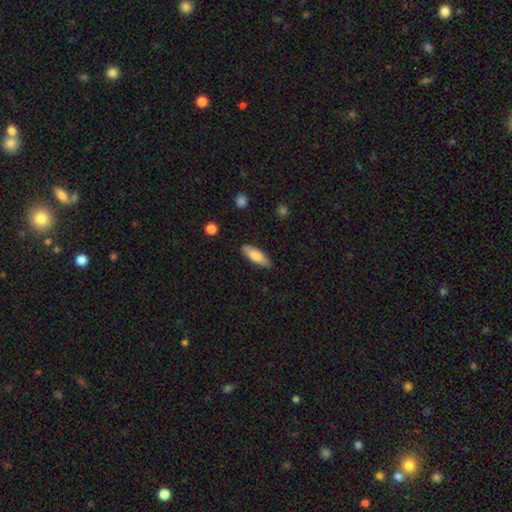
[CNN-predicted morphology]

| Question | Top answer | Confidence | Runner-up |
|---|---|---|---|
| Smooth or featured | smooth | 78% | featured or disk (16%) |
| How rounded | in between | 60% | cigar-shaped (39%) |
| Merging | none | 85% | minor disturbance (11%) |